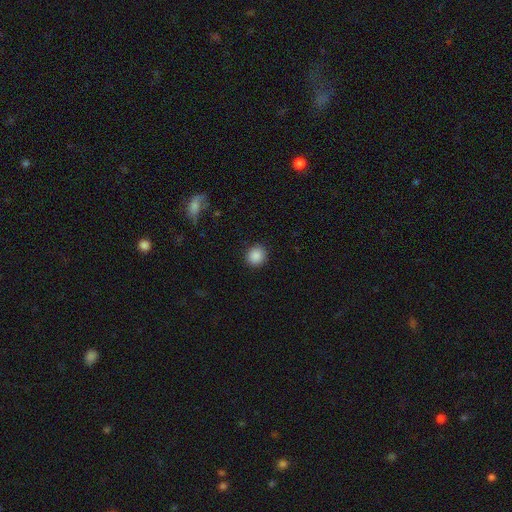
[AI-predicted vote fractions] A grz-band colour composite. It shows a smooth galaxy with no disk features (88%) that is round (87%). Merging: none (91%).